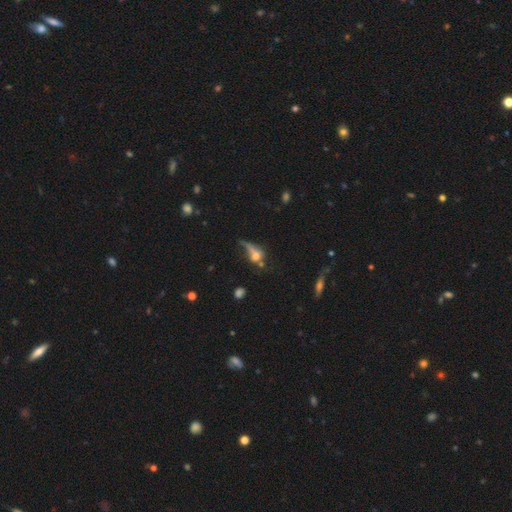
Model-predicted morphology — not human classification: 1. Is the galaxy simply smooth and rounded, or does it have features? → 53% smooth, 30% featured or disk, 17% star or artifact.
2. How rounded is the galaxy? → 44% in between, 42% round, 14% cigar-shaped.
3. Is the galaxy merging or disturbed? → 31% major disturbance, 27% none, 25% merger, 17% minor disturbance.